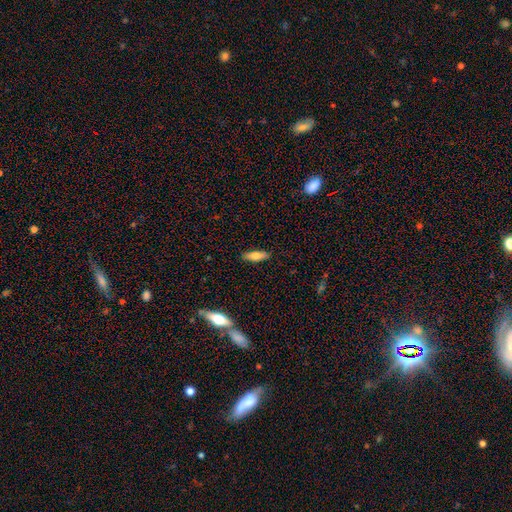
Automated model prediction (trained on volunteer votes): Morphology: type=smooth (72%); roundness=in between (53%); merging=none (88%).